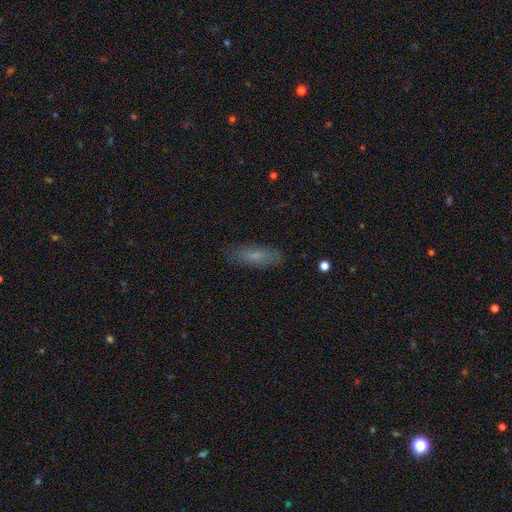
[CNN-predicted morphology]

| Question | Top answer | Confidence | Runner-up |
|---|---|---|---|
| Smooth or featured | smooth | 69% | featured or disk (22%) |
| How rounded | cigar-shaped | 51% | in between (47%) |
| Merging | none | 84% | minor disturbance (12%) |